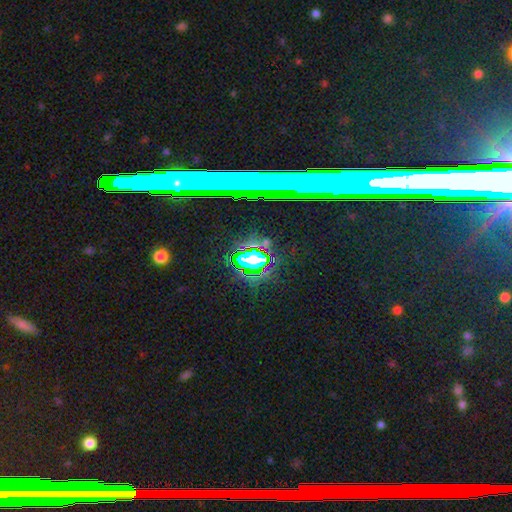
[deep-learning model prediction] Q: Smooth or featured?
A: star or artifact (67%); runner-up: smooth (19%)